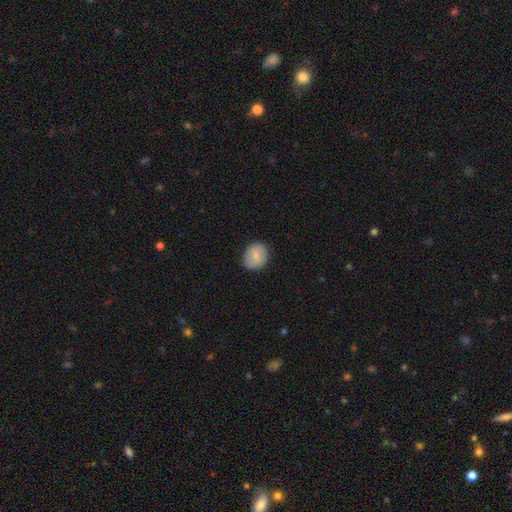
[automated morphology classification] Smooth or featured? smooth (72%)
How rounded? round (63%)
Merging? none (86%)